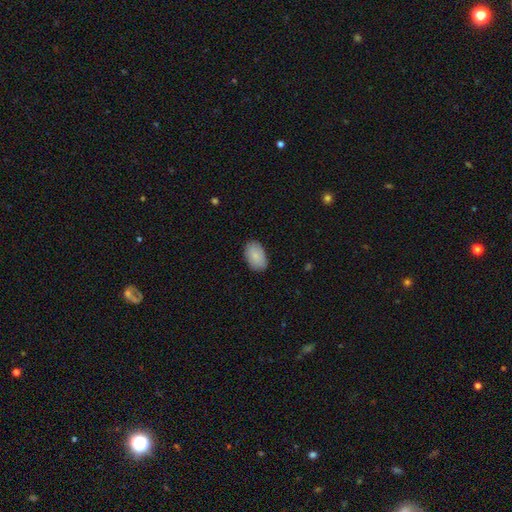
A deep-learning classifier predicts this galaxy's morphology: A smooth galaxy with no disk features (87%) that is in between round and cigar-shaped (92%). Merging: none (84%).